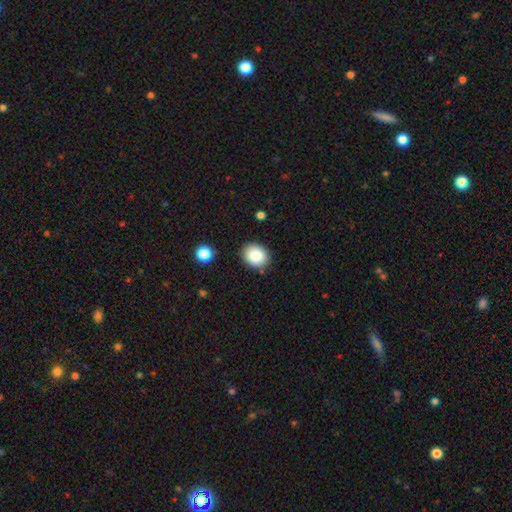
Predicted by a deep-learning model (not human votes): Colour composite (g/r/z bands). It shows a smooth galaxy with no disk features (82%) that is round (58%). Merging: none (87%).